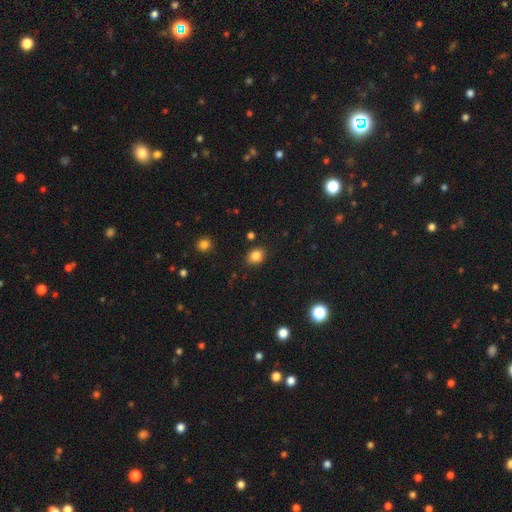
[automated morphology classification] Smooth or featured? smooth (84%)
How rounded? round (50%)
Merging? none (84%)